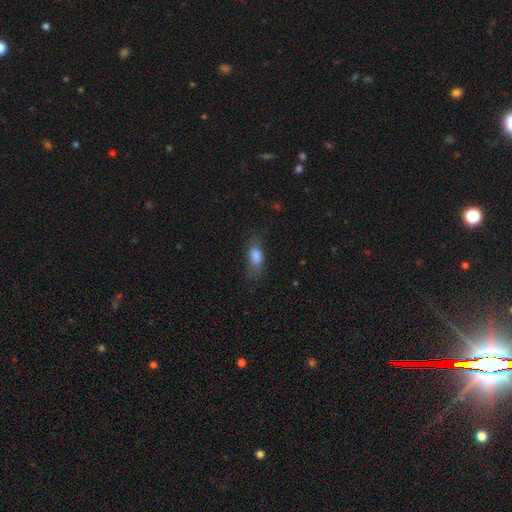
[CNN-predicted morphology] A smooth galaxy with no disk features (80%) that is in between round and cigar-shaped (81%). Merging: none (60%).